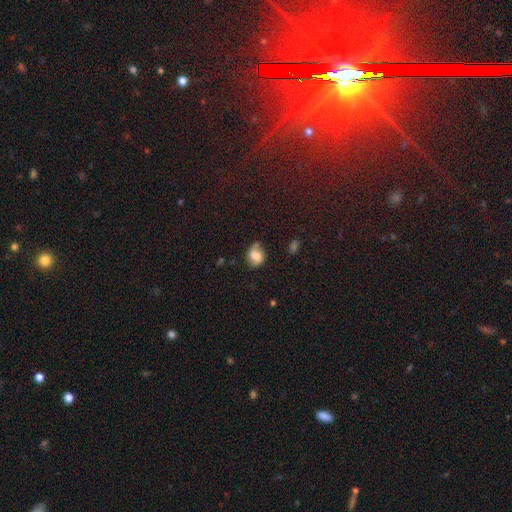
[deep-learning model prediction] The model was most divided on "how rounded": round: 50%, in between: 49%, cigar-shaped: 1%. More confident: smooth or featured — smooth (61%); merging — none (57%).